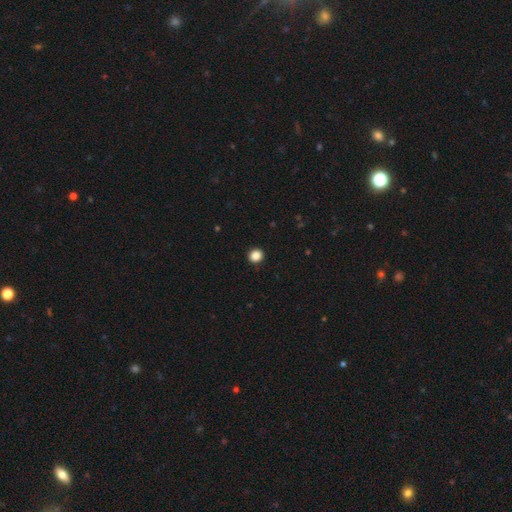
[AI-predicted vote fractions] Q: Smooth or featured?
A: smooth (86%); runner-up: star or artifact (11%)
Q: How rounded?
A: round (91%); runner-up: in between (8%)
Q: Merging?
A: none (93%); runner-up: minor disturbance (4%)